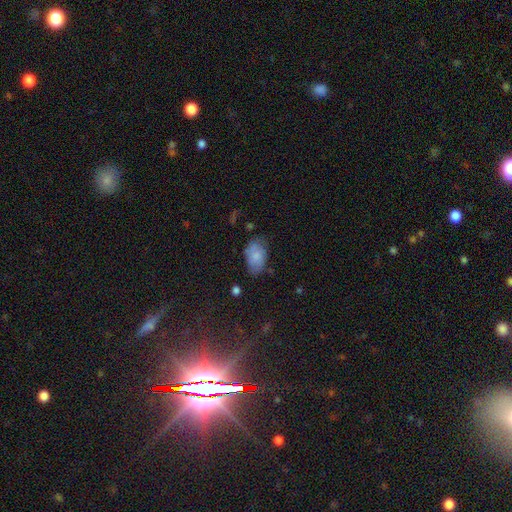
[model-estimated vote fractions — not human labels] smooth_or_featured: smooth (p=0.76) [alt: featured or disk p=0.17]
how_rounded: in between (p=0.91) [alt: round p=0.07]
merging: none (p=0.59) [alt: minor disturbance p=0.30]